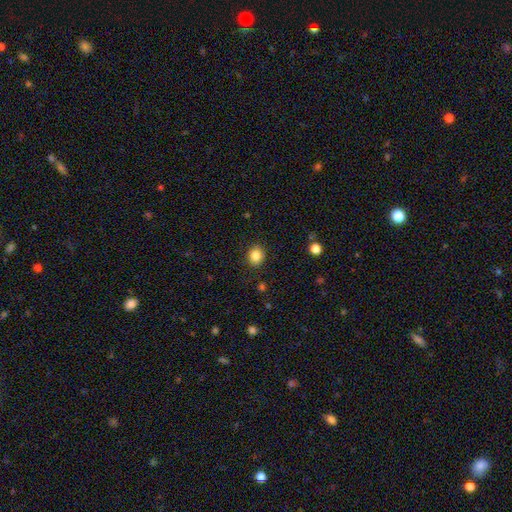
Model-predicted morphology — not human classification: smooth-or-featured: smooth: 85% | star or artifact: 10% | featured or disk: 5%
  how-rounded: round: 72% | in between: 27% | cigar-shaped: 1%
  merging: none: 89% | minor disturbance: 7% | major disturbance: 2% | merger: 1%